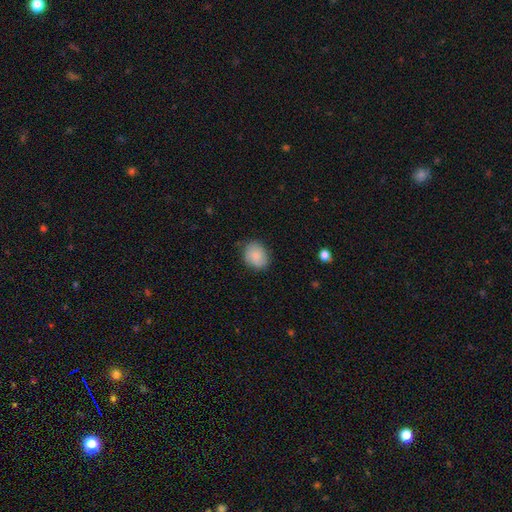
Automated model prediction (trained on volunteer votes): Smooth or featured?
  - smooth: 80% *
  - featured or disk: 13%
  - star or artifact: 7%
How rounded?
  - round: 53% *
  - in between: 46%
  - cigar-shaped: 1%
Merging?
  - none: 76% *
  - minor disturbance: 19%
  - major disturbance: 4%
  - merger: 1%